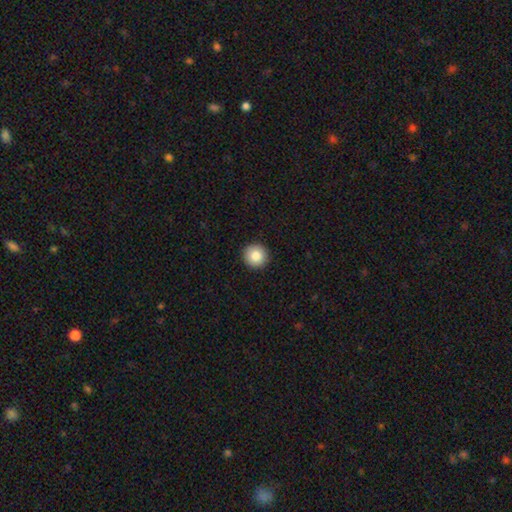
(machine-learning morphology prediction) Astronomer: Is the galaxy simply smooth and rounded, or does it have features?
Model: smooth — 85%.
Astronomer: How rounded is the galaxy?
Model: round — 96%.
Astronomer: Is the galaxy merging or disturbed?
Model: none — 93%.